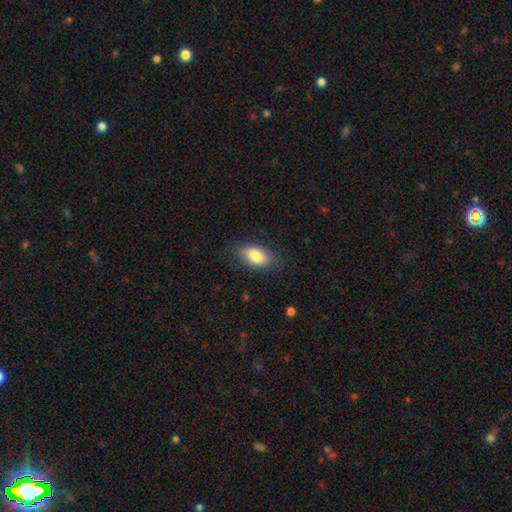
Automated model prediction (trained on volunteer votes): Q: Smooth or featured?
A: smooth (82%); runner-up: featured or disk (11%)
Q: How rounded?
A: in between (91%); runner-up: round (5%)
Q: Merging?
A: none (79%); runner-up: minor disturbance (16%)